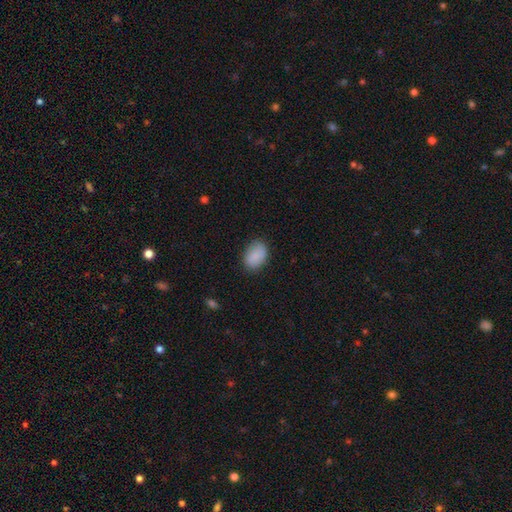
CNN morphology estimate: Overall: smooth (88%). How rounded: in between (80%). Merging: none (83%).